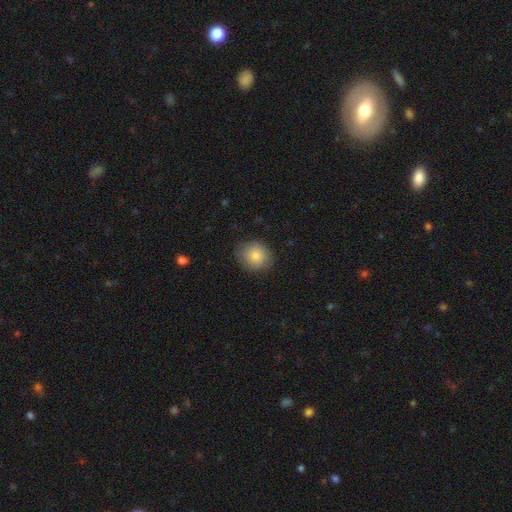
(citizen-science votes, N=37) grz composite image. It shows a smooth galaxy with no disk features (86%) that is round (84%). Merging: none (86%).